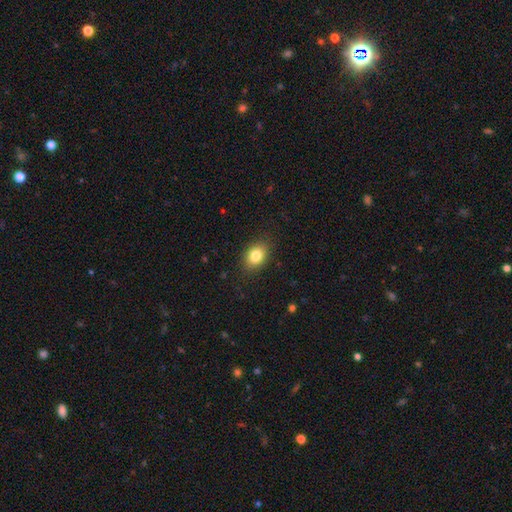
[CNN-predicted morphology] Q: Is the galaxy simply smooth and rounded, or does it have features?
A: smooth — 83%.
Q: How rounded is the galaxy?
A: in between — 72%.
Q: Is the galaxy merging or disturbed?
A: none — 86%.